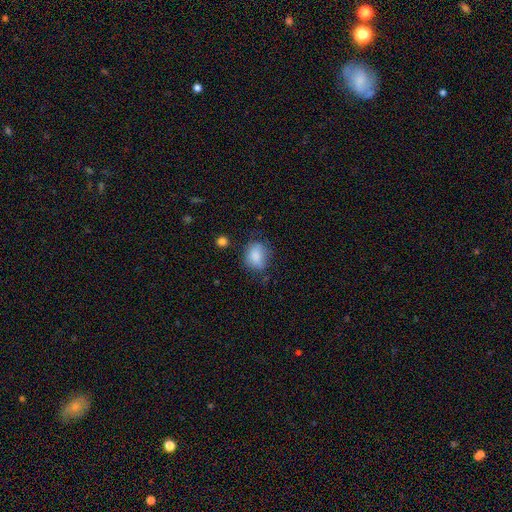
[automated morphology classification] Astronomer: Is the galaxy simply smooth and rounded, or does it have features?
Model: smooth — 82%.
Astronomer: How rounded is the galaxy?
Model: in between — 57% (runner-up: round, 42%).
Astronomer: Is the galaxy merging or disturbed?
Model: none — 59%.